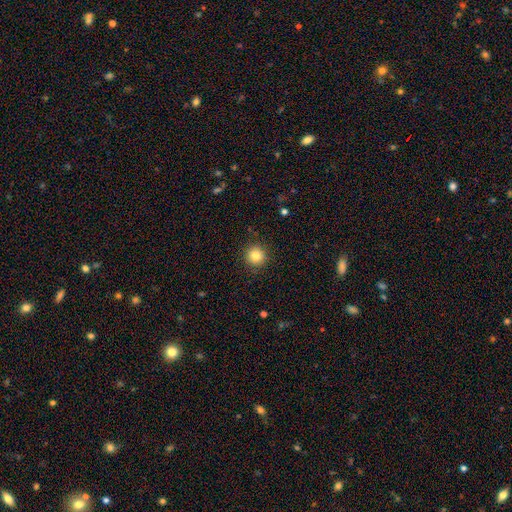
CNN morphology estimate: Q: Smooth or featured?
A: smooth (83%); runner-up: star or artifact (11%)
Q: How rounded?
A: round (95%); runner-up: in between (4%)
Q: Merging?
A: none (91%); runner-up: minor disturbance (6%)